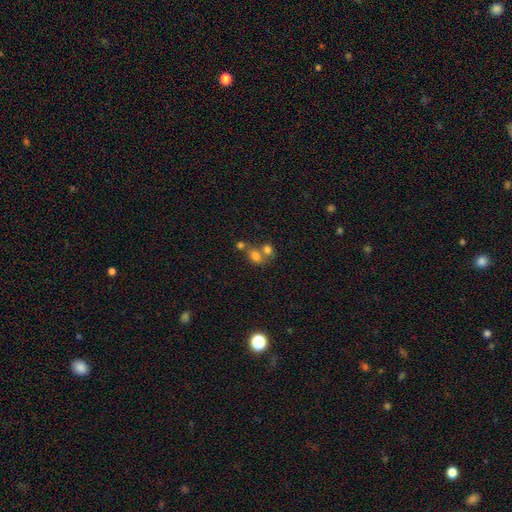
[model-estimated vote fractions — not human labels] Overall: smooth (73%). How rounded: in between (54%; round 45%). Merging: merger (57%; none 30%).